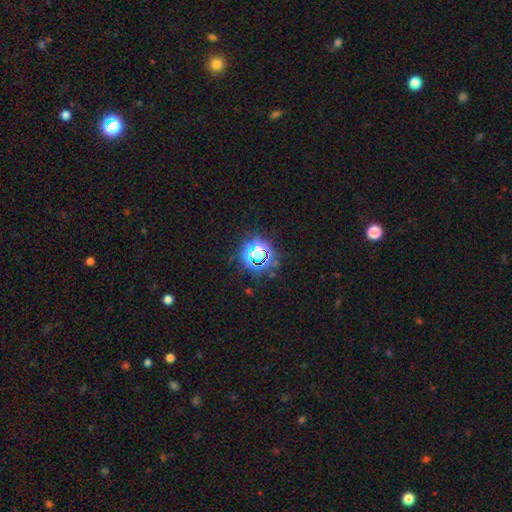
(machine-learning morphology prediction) Smooth or featured? Predicted: star or artifact (p=0.69).